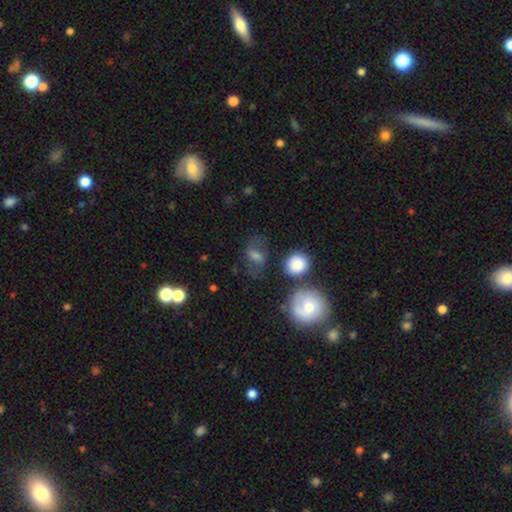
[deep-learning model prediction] Overall: smooth (56%; featured or disk 29%). How rounded: in between (62%; round 34%). Merging: none (62%).